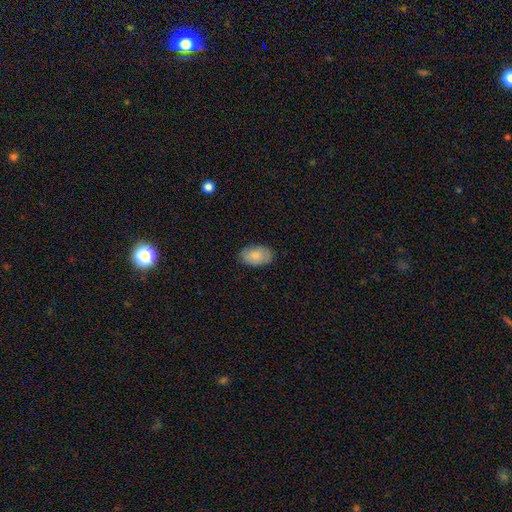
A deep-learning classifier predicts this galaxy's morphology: This is clearly a smooth galaxy (82%). How rounded: clearly in between (92%). Merging: clearly none (84%).